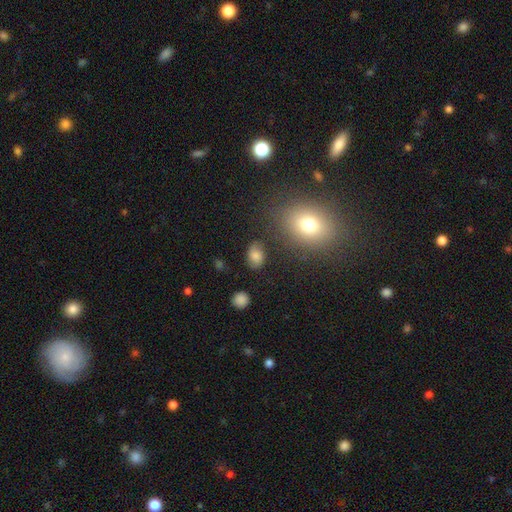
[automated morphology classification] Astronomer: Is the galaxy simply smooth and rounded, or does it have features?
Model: smooth — 78%.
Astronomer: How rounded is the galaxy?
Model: in between — 76%.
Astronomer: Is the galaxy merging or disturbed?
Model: none — 75%.